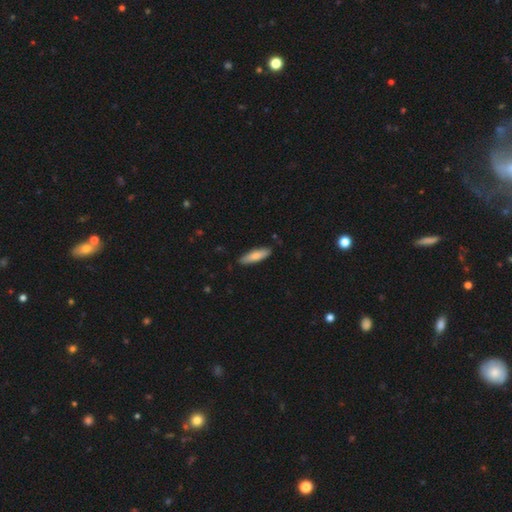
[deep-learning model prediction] A smooth galaxy with no disk features (79%) that is cigar-shaped (59%).

Vote fractions:
- Smooth or featured? smooth: 79% / featured or disk: 16% / star or artifact: 5%
- How rounded? cigar-shaped: 59% / in between: 40% / round: 2%
- Merging? none: 86% / minor disturbance: 11% / major disturbance: 2% / merger: 1%